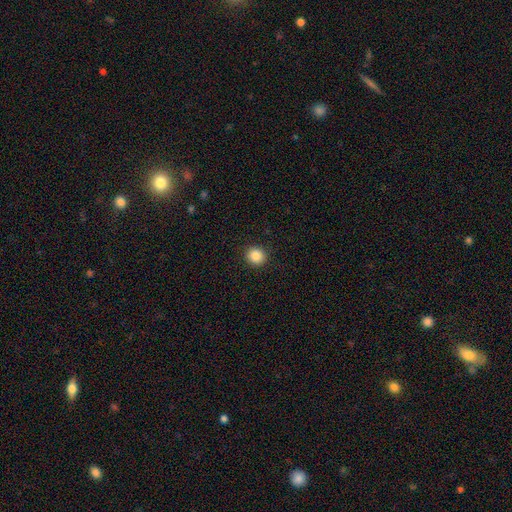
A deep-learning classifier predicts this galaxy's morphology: type=smooth (87%); roundness=round (90%); merging=none (92%).